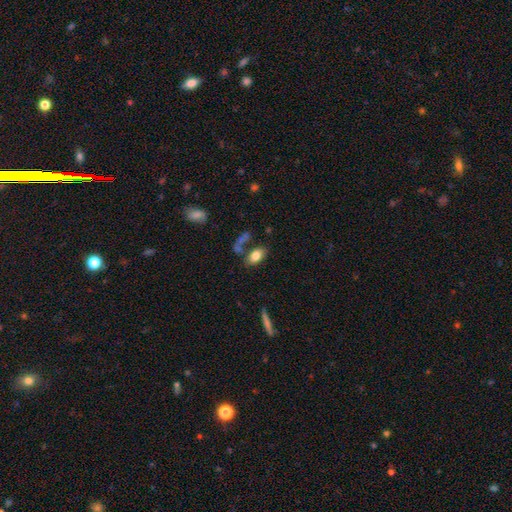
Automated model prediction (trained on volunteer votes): Morphology: type=smooth (80%); roundness=in between (90%); merging=none (64%).